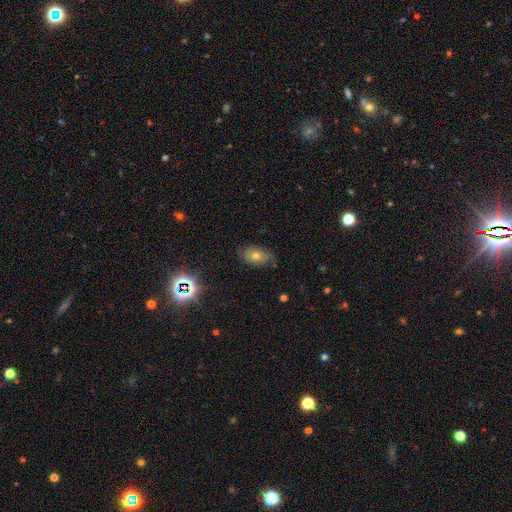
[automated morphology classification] Smooth or featured?
  - smooth: 50% *
  - featured or disk: 28%
  - star or artifact: 21%
How rounded?
  - in between: 87% *
  - round: 10%
  - cigar-shaped: 3%
Merging?
  - none: 75% *
  - minor disturbance: 19%
  - major disturbance: 5%
  - merger: 1%